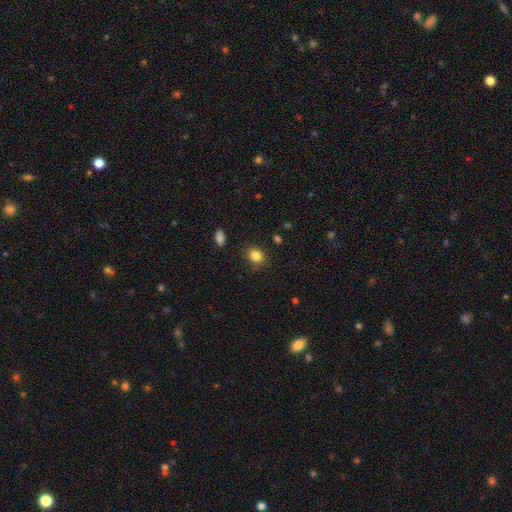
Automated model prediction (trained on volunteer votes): A smooth galaxy with no disk features (84%) that is round (55%). Merging: none (84%).